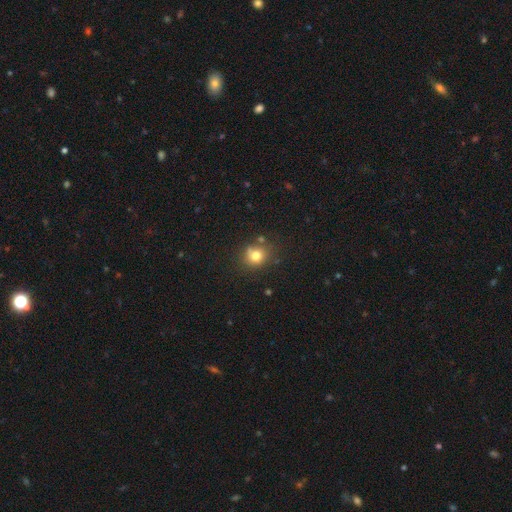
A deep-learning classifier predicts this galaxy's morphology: type=smooth (78%); roundness=round (80%); merging=none (71%).